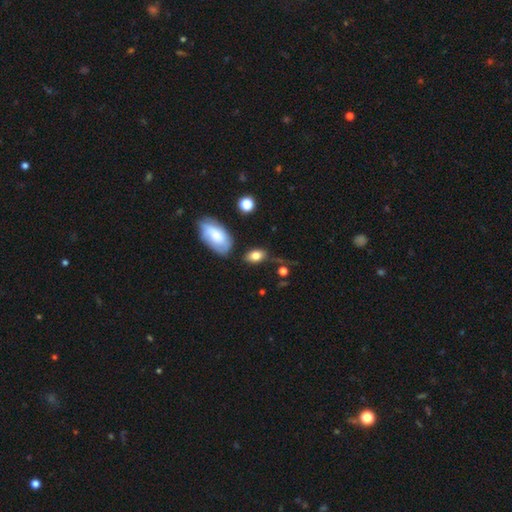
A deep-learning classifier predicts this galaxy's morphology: Smooth or featured?
  - smooth: 79% *
  - featured or disk: 13%
  - star or artifact: 8%
How rounded?
  - in between: 87% *
  - round: 10%
  - cigar-shaped: 3%
Merging?
  - none: 57% *
  - minor disturbance: 25%
  - major disturbance: 11%
  - merger: 7%